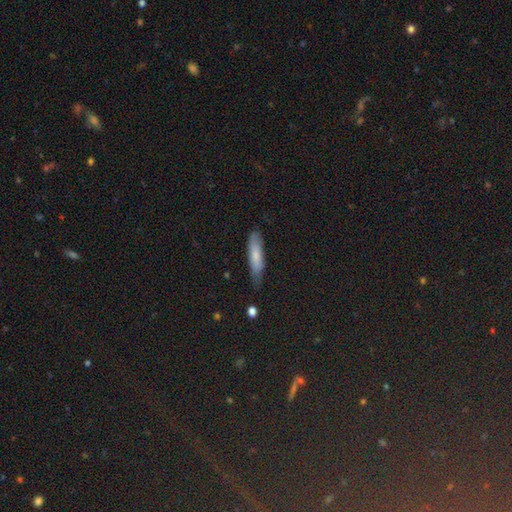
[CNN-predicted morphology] This appears to be a smooth galaxy with no disk features (74%) that is cigar-shaped (74%). Merging: none (74%).